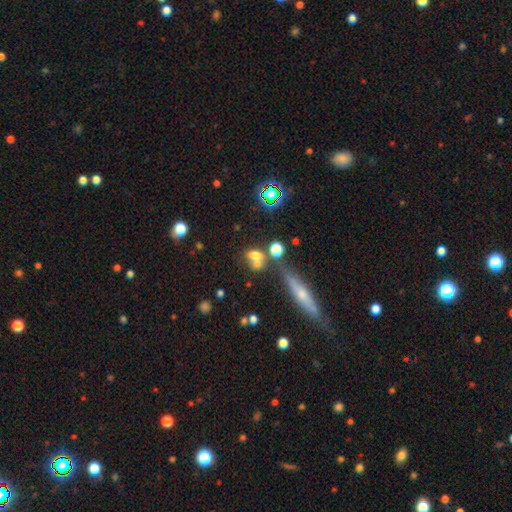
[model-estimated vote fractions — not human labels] Smooth or featured: smooth — 63% (star or artifact — 19%)
How rounded: in between — 58% (round — 34%)
Merging: merger — 43% (none — 39%)